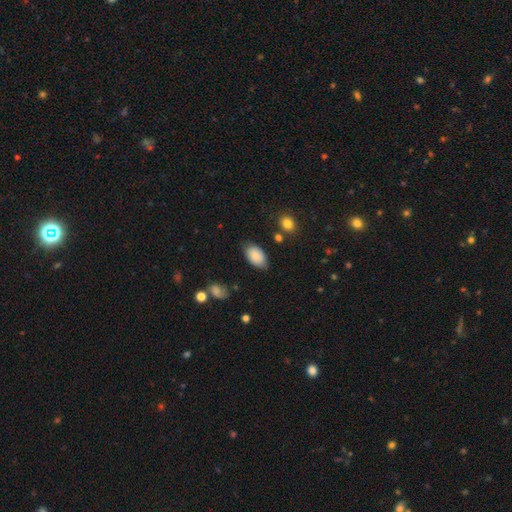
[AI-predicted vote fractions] Overall: smooth (84%). How rounded: in between (94%). Merging: none (76%).